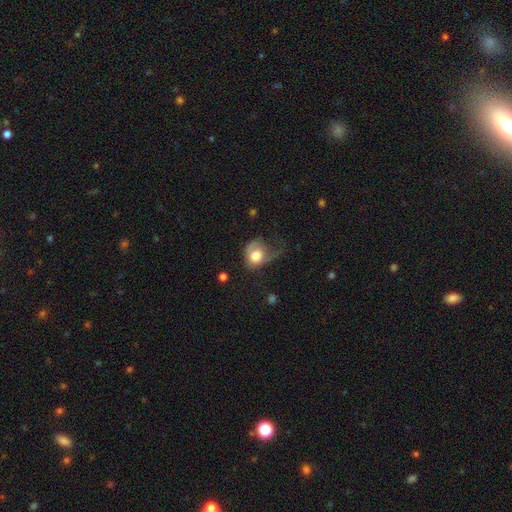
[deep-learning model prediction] smooth 59%, featured or disk 33%, star or artifact 8%. Down the decision tree: how rounded — round (54%); merging — major disturbance (55%).